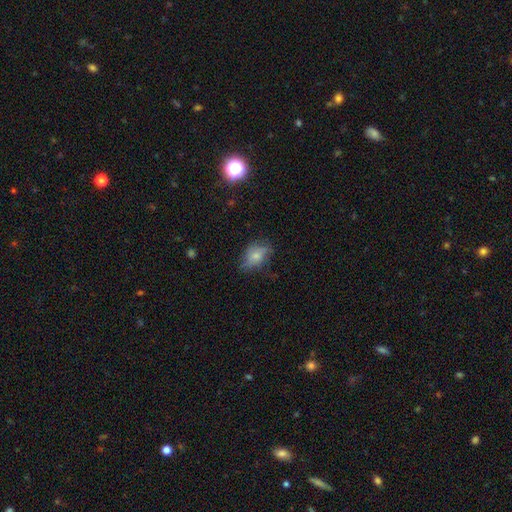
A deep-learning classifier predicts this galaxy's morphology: Smooth or featured: smooth — 62% (featured or disk — 27%)
How rounded: in between — 78% (round — 19%)
Merging: none — 53% (minor disturbance — 31%)